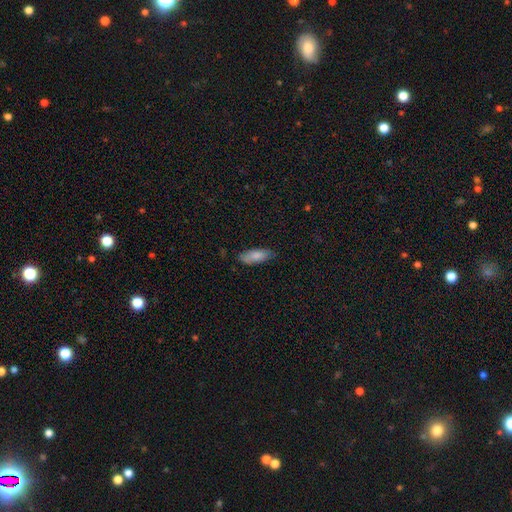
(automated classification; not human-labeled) A smooth galaxy with no disk features (84%) that is in between round and cigar-shaped (72%).

Vote fractions:
- Smooth or featured? smooth: 84% / featured or disk: 10% / star or artifact: 6%
- How rounded? in between: 72% / cigar-shaped: 27% / round: 2%
- Merging? none: 79% / minor disturbance: 17% / major disturbance: 3% / merger: 1%